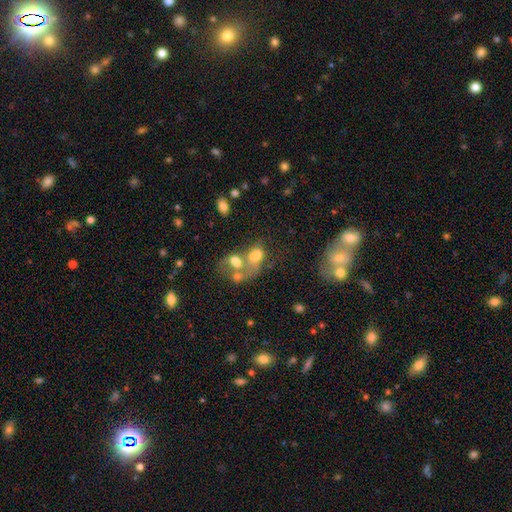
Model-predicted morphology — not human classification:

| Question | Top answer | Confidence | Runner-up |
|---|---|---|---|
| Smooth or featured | smooth | 62% | featured or disk (25%) |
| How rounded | in between | 71% | round (27%) |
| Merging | merger | 61% | none (16%) |